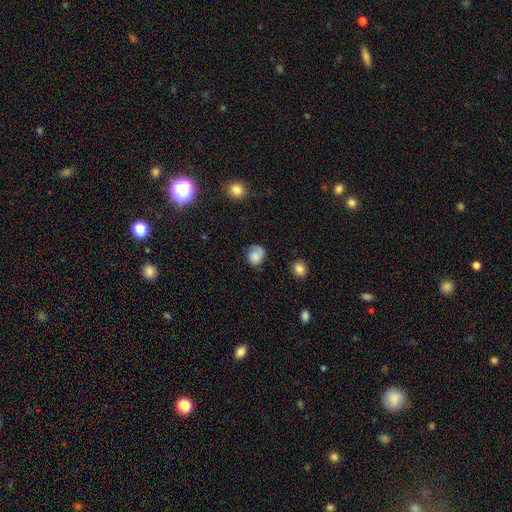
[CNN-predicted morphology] Smooth or featured?
  - smooth: 64% *
  - featured or disk: 27%
  - star or artifact: 9%
How rounded?
  - round: 54% *
  - in between: 45%
  - cigar-shaped: 1%
Merging?
  - none: 58% *
  - minor disturbance: 26%
  - major disturbance: 14%
  - merger: 2%